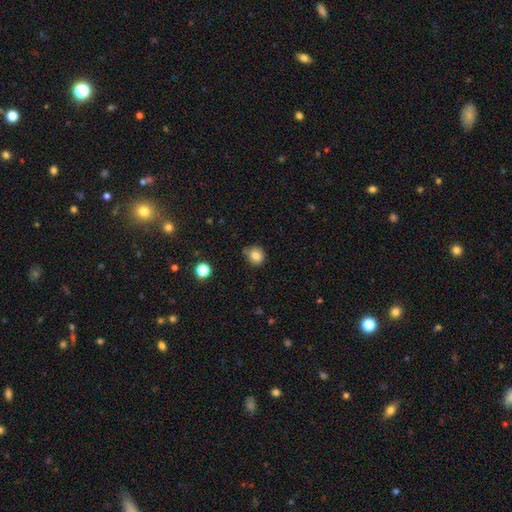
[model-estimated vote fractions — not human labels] Q: Smooth or featured?
A: smooth (83%); runner-up: star or artifact (11%)
Q: How rounded?
A: round (77%); runner-up: in between (23%)
Q: Merging?
A: none (67%); runner-up: minor disturbance (24%)